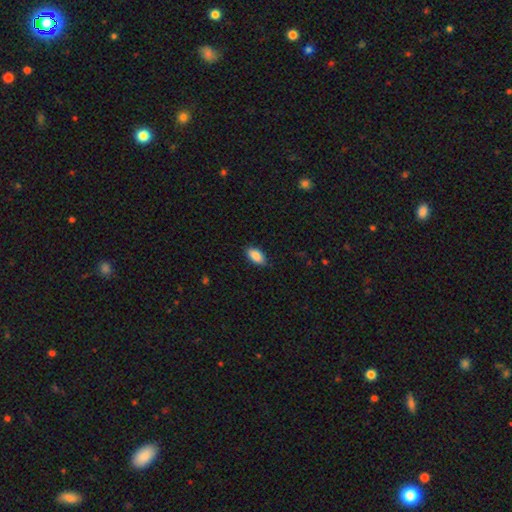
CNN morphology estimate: smooth 88%, star or artifact 7%, featured or disk 6%. Down the decision tree: how rounded — in between (93%); merging — none (84%).